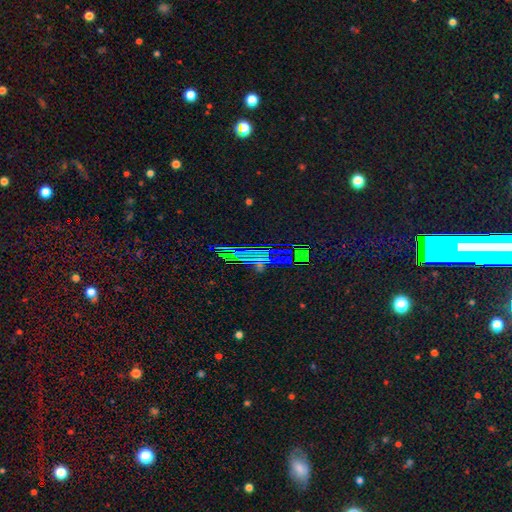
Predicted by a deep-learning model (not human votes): This is possibly a star or artifact rather than a galaxy (57%).